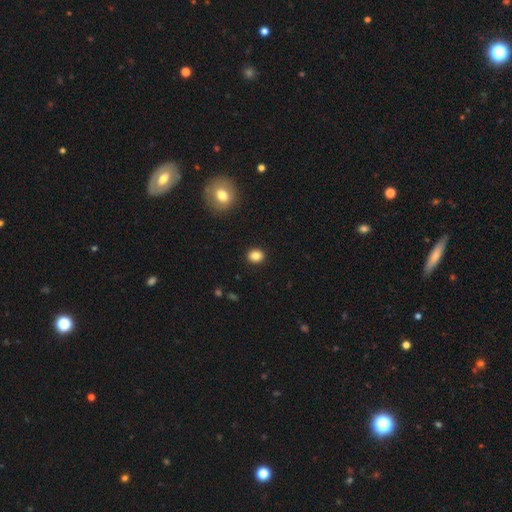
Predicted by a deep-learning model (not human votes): Smooth or featured? Predicted: smooth (p=0.84). How rounded? Predicted: round (p=0.68). Merging? Predicted: none (p=0.91).